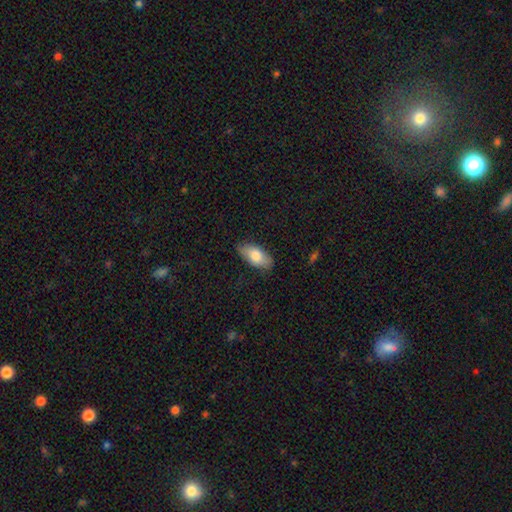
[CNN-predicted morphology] This appears to be a smooth galaxy with no disk features (78%) that is in between round and cigar-shaped (91%). Merging: none (84%).